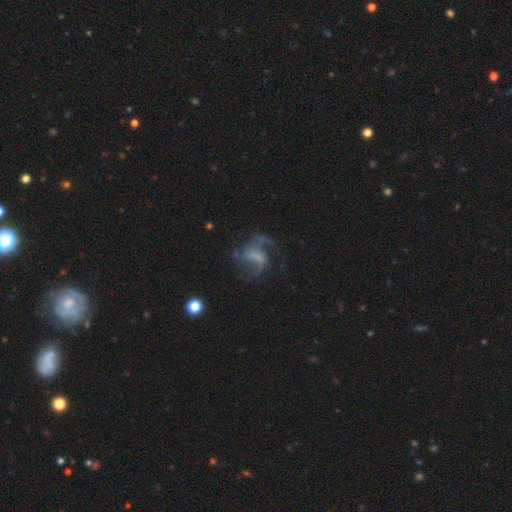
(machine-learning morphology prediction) This appears to be a featured or disk galaxy (75%) with a weak bar (43%), 2 (51%) loose (57%) spiral arms (87%) and no central bulge (59%). Merging: none (49%).